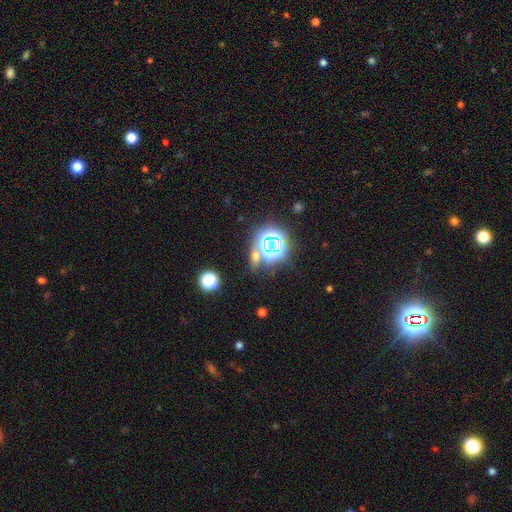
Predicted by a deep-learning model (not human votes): Smooth or featured: star or artifact — 49% (smooth — 38%)